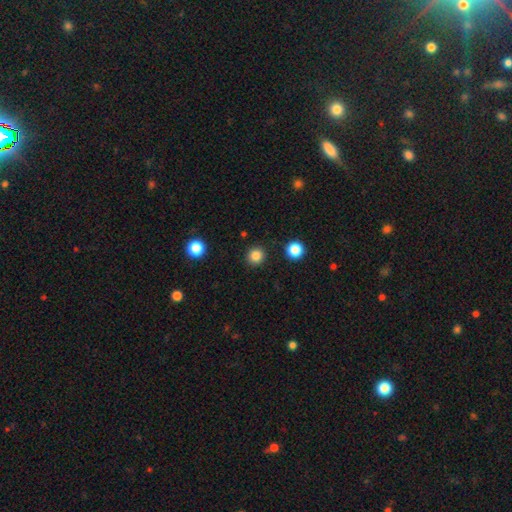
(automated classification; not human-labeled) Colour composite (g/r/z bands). It shows a smooth galaxy with no disk features (83%) that is round (93%). Merging: none (92%).